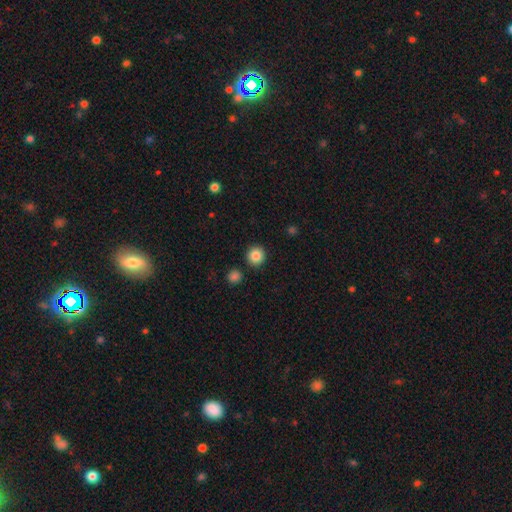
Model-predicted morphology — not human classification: A smooth galaxy with no disk features (86%) that is round (93%). Merging: none (90%).